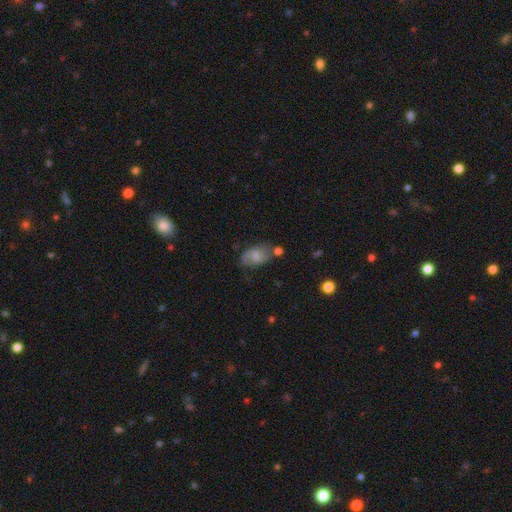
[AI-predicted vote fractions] The model was most divided on "smooth or featured": smooth: 53%, featured or disk: 38%, star or artifact: 9%. More confident: how rounded — in between (89%); merging — none (55%).